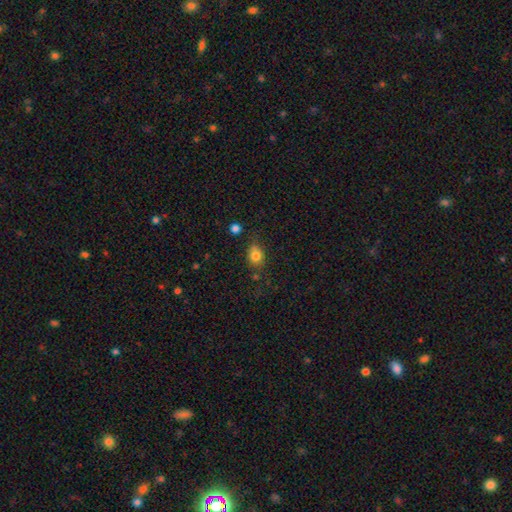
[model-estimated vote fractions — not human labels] This is clearly a smooth galaxy (81%). How rounded: possibly round (56%). Merging: likely none (68%).